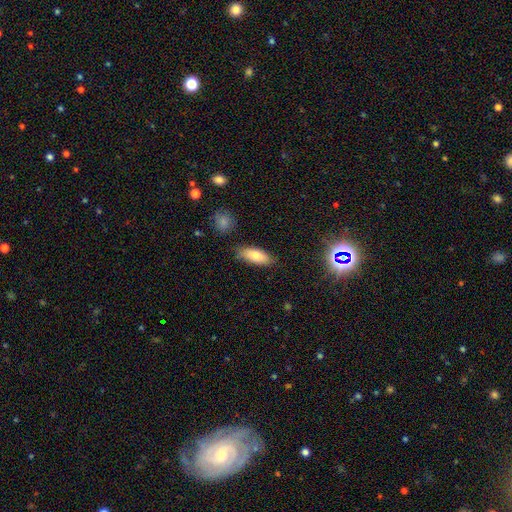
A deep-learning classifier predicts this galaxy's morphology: This appears to be a smooth galaxy with no disk features (79%) that is in between round and cigar-shaped (80%). Merging: none (80%).